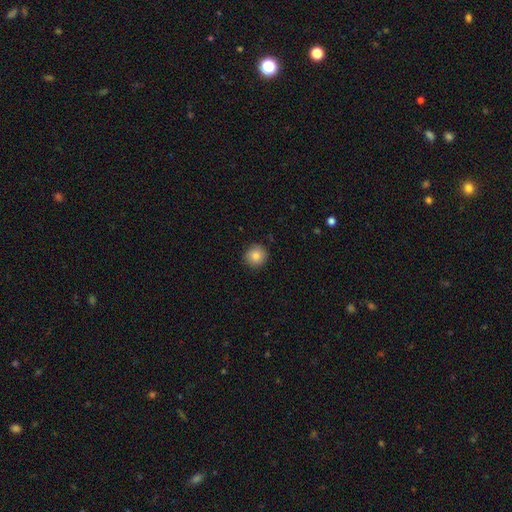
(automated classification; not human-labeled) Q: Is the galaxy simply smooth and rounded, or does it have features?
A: smooth — 84%.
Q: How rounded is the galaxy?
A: round — 93%.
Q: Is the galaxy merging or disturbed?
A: none — 90%.